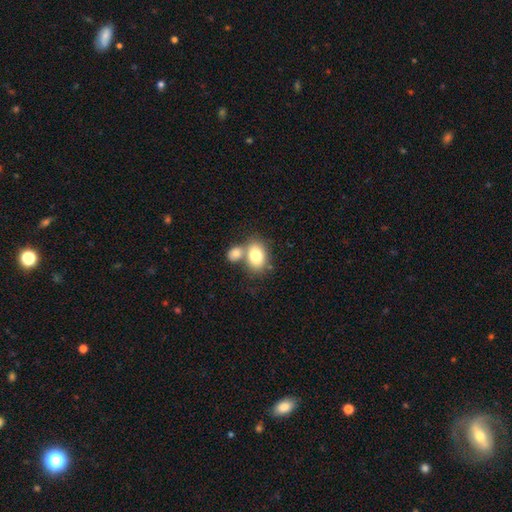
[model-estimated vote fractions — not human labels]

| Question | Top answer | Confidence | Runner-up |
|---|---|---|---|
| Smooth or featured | smooth | 77% | featured or disk (14%) |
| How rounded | in between | 75% | round (24%) |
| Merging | none | 44% | merger (43%) |